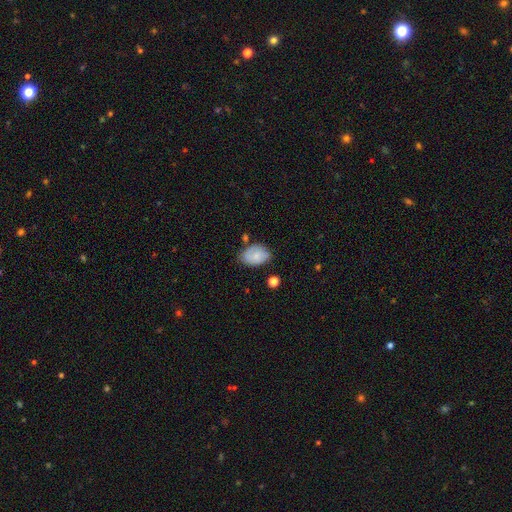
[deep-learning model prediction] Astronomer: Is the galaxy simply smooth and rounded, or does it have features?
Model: smooth — 70%.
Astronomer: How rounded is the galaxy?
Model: in between — 83%.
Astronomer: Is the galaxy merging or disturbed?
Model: none — 65%.